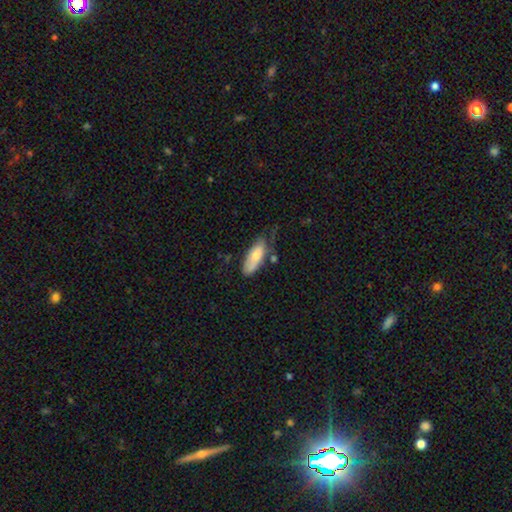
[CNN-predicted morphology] Q: Smooth or featured?
A: smooth (71%); runner-up: featured or disk (23%)
Q: How rounded?
A: in between (77%); runner-up: cigar-shaped (21%)
Q: Merging?
A: none (47%); runner-up: minor disturbance (33%)